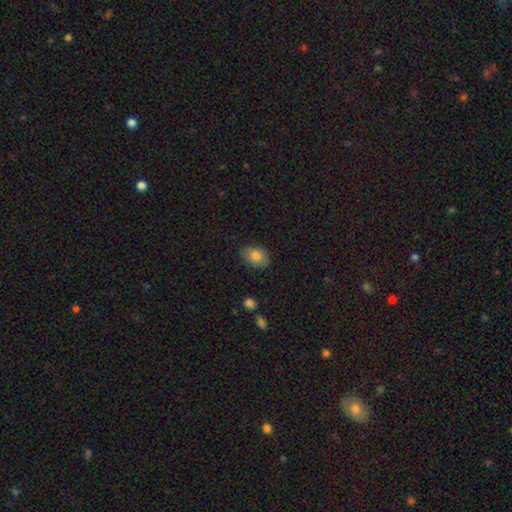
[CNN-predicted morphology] Smooth or featured?
  - smooth: 85% *
  - star or artifact: 8%
  - featured or disk: 7%
How rounded?
  - in between: 77% *
  - round: 22%
  - cigar-shaped: 1%
Merging?
  - none: 80% *
  - minor disturbance: 15%
  - major disturbance: 3%
  - merger: 1%